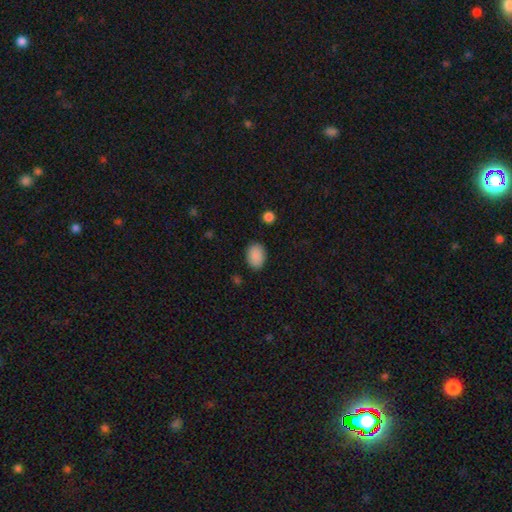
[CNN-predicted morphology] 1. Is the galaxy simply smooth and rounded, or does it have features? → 89% smooth, 8% star or artifact, 3% featured or disk.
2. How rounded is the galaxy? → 81% in between, 18% round, 1% cigar-shaped.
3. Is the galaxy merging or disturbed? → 85% none, 11% minor disturbance, 3% major disturbance, 1% merger.